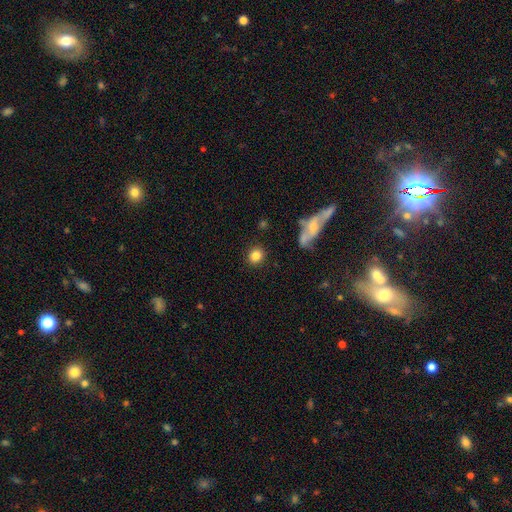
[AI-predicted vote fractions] This appears to be a smooth galaxy with no disk features (83%) that is round (85%). Merging: none (88%).